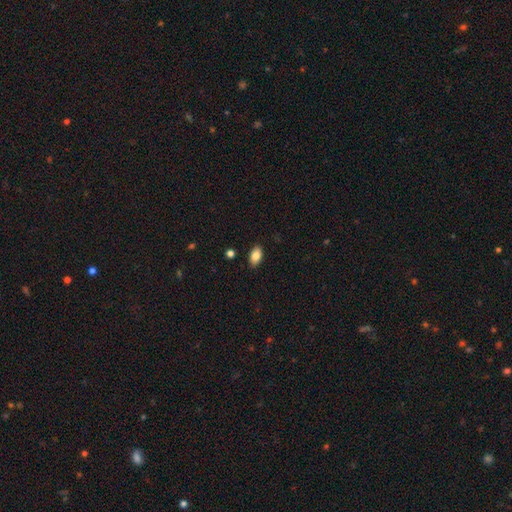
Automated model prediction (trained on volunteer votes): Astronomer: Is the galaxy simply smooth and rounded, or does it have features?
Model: smooth — 84%.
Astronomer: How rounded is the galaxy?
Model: in between — 92%.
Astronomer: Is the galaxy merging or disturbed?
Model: none — 88%.